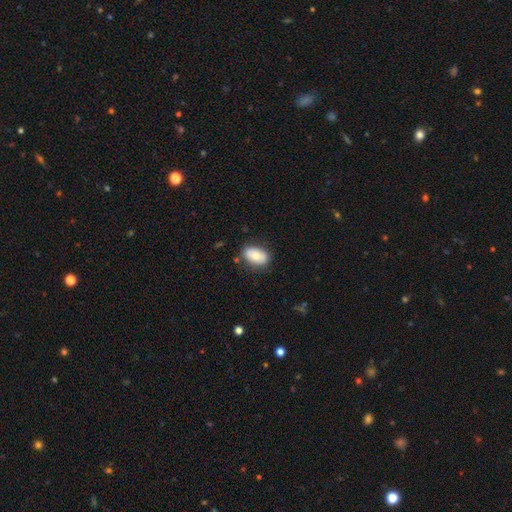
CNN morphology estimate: type=smooth (73%); roundness=in between (88%); merging=none (77%).